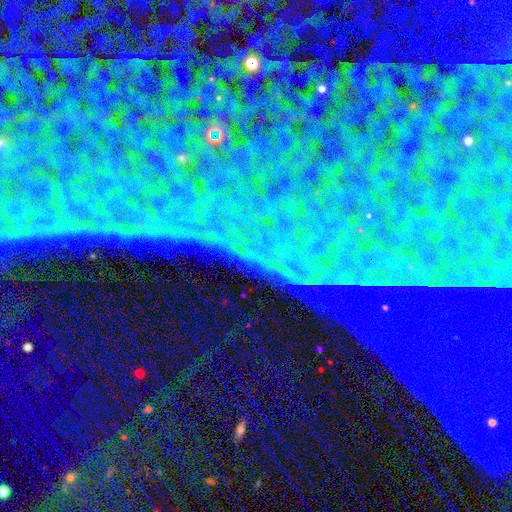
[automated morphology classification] Smooth or featured: star or artifact — 87% (featured or disk — 7%)